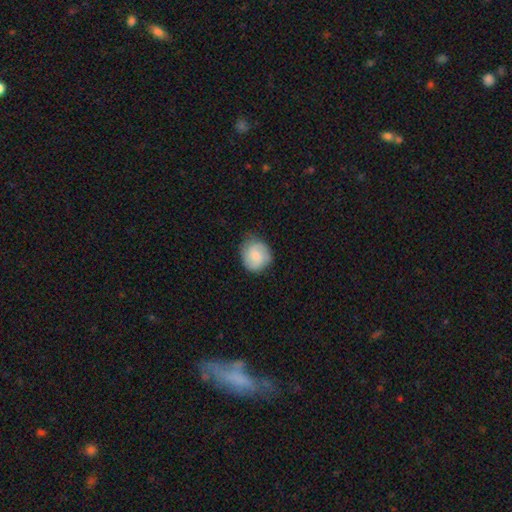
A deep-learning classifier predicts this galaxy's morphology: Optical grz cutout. It shows a smooth galaxy with no disk features (61%) that is round (78%). Merging: none (71%).